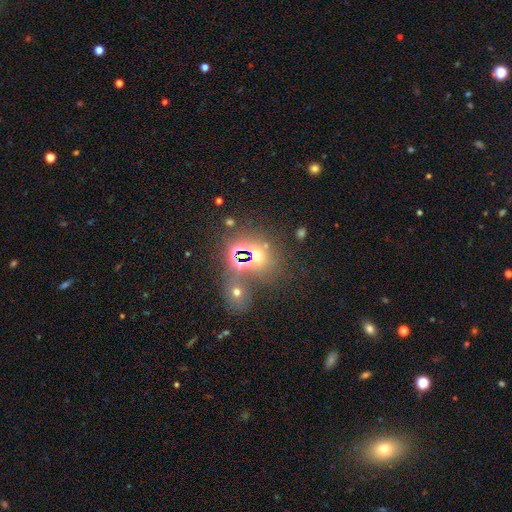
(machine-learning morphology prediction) Q: Smooth or featured?
A: star or artifact (48%); runner-up: smooth (41%)